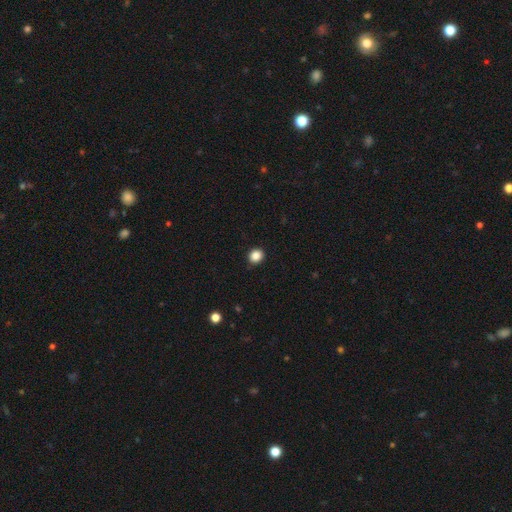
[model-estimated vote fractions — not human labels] Morphology: type=smooth (86%); roundness=round (78%); merging=none (91%).